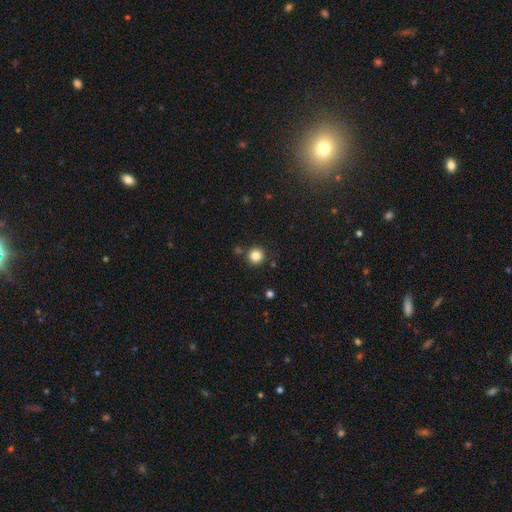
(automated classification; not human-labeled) Q: Smooth or featured?
A: smooth (84%); runner-up: star or artifact (12%)
Q: How rounded?
A: round (95%); runner-up: in between (4%)
Q: Merging?
A: none (87%); runner-up: minor disturbance (6%)